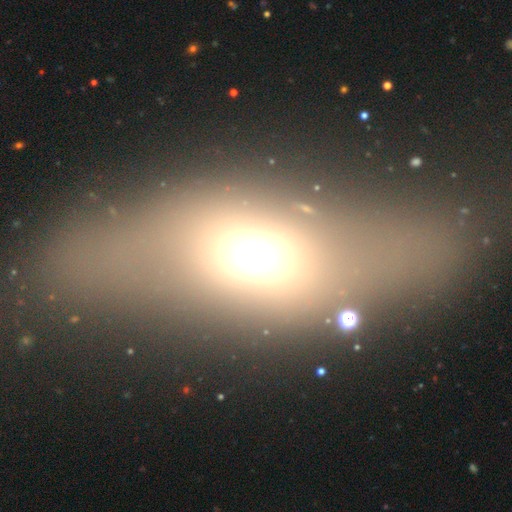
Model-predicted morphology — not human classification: smooth-or-featured: smooth: 54% | featured or disk: 25% | star or artifact: 20%
  how-rounded: in between: 75% | round: 16% | cigar-shaped: 8%
  merging: none: 67% | minor disturbance: 14% | major disturbance: 14% | merger: 5%